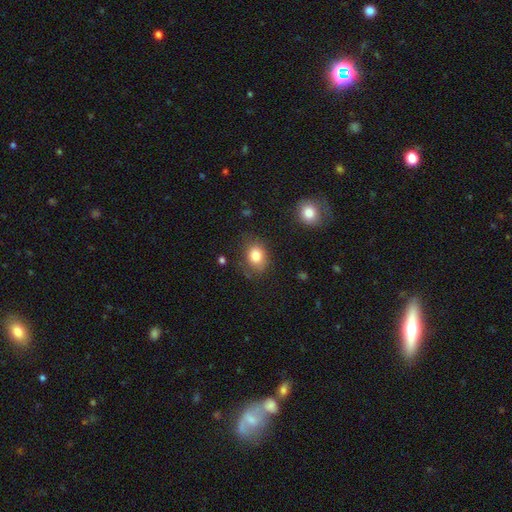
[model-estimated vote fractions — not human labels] smooth 81%, star or artifact 10%, featured or disk 10%. Down the decision tree: how rounded — in between (56%); merging — none (71%).